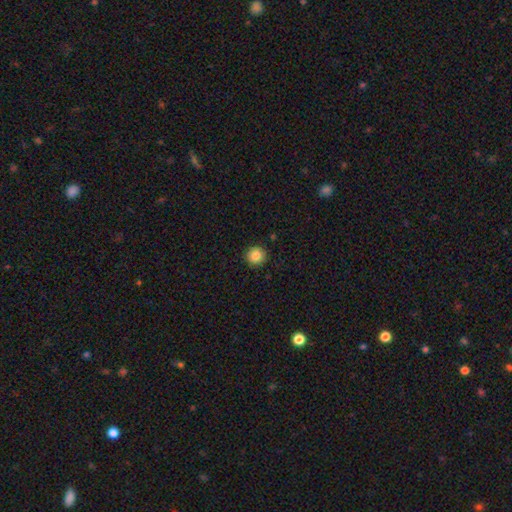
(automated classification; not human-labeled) smooth 85%, star or artifact 10%, featured or disk 6%. Down the decision tree: how rounded — round (94%); merging — none (92%).